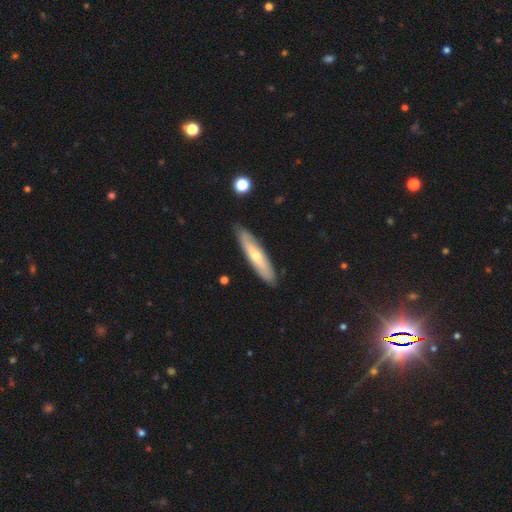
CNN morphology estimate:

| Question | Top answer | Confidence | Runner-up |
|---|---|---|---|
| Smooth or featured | smooth | 48% | featured or disk (46%) |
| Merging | none | 86% | minor disturbance (11%) |